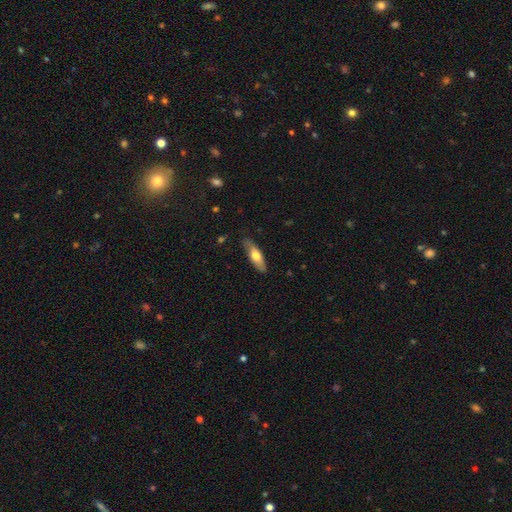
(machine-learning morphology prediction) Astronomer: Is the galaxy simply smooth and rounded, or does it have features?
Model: smooth — 61%.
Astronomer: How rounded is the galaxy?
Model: in between — 50% (runner-up: cigar-shaped, 48%).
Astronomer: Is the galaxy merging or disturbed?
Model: none — 83%.